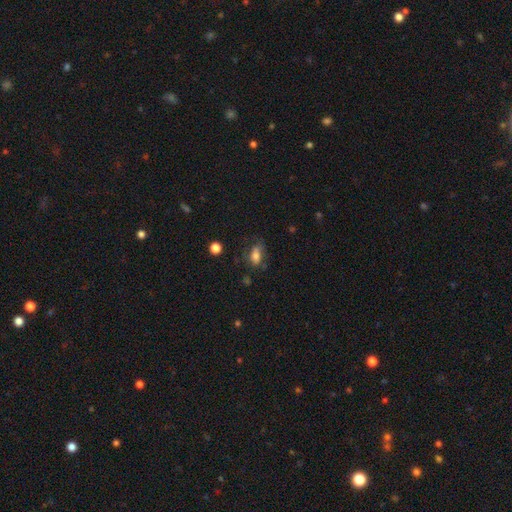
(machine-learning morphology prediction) Smooth or featured? Predicted: smooth (p=0.71). How rounded? Predicted: in between (p=0.83). Merging? Predicted: none (p=0.53).